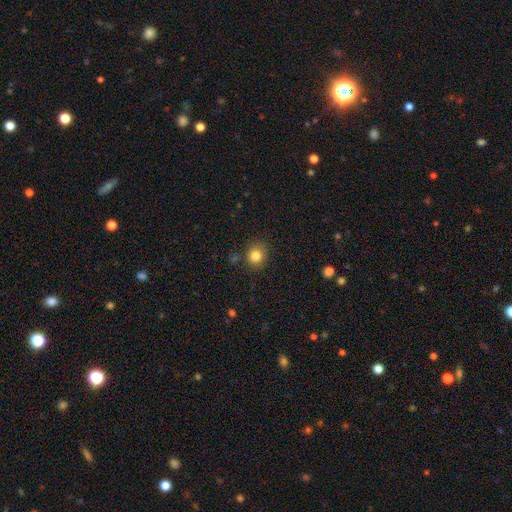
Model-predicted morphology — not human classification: This is clearly a smooth galaxy (84%). How rounded: clearly round (83%). Merging: clearly none (82%).